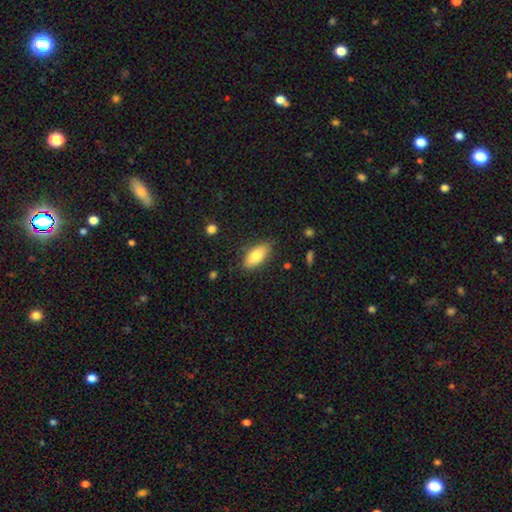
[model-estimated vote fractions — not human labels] The model was most divided on "smooth or featured": smooth: 78%, featured or disk: 15%, star or artifact: 7%. More confident: how rounded — in between (87%); merging — none (81%).